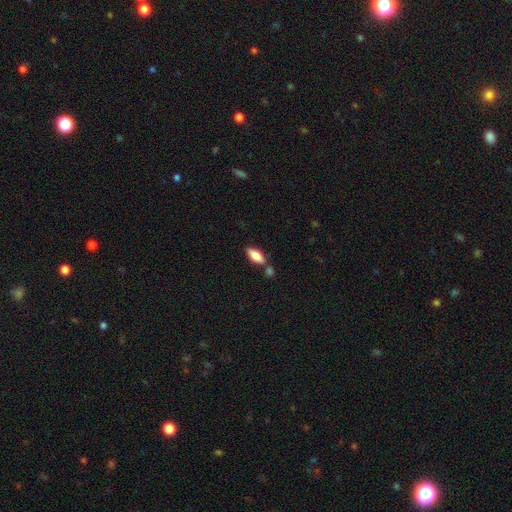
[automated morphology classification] type=smooth (83%); roundness=in between (84%); merging=none (66%).